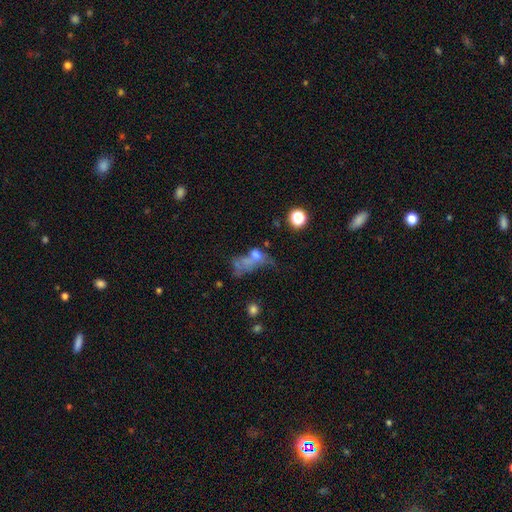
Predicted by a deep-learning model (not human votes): Smooth or featured: smooth — 48% (featured or disk — 32%)
Merging: merger — 36% (major disturbance — 34%)